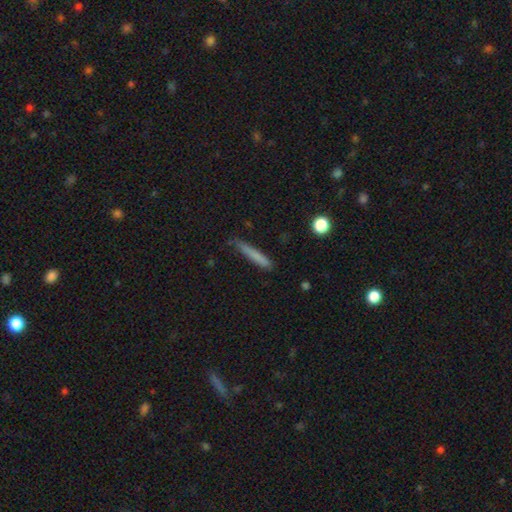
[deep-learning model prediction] The model was most divided on "merging": none: 75%, minor disturbance: 19%, major disturbance: 4%, merger: 2%. More confident: how rounded — cigar-shaped (94%); smooth or featured — smooth (74%).